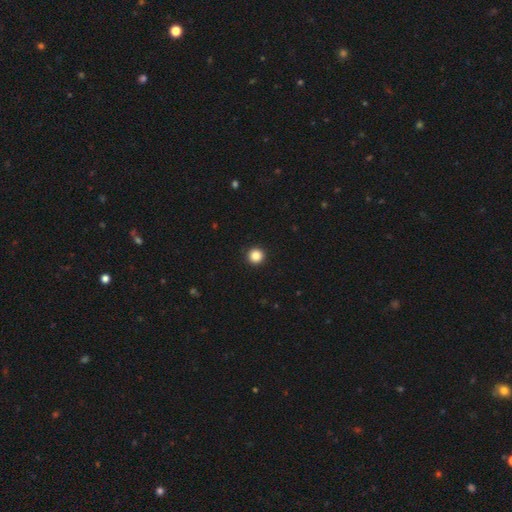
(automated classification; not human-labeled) Smooth or featured? Predicted: smooth (p=0.86). How rounded? Predicted: round (p=0.96). Merging? Predicted: none (p=0.93).